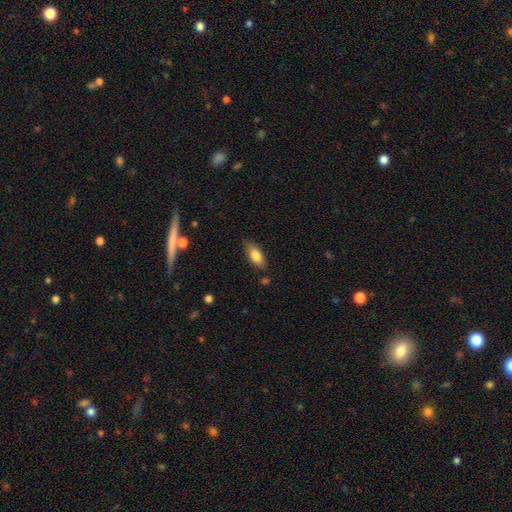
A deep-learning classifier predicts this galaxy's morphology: Smooth or featured? Predicted: smooth (p=0.81). How rounded? Predicted: in between (p=0.83). Merging? Predicted: none (p=0.76).